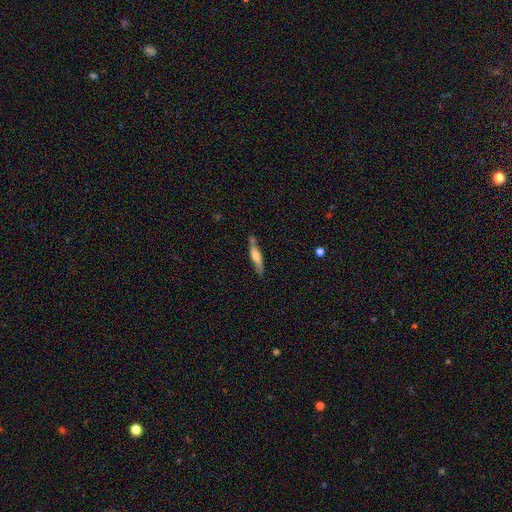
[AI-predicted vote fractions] Smooth or featured? Predicted: smooth (p=0.58). How rounded? Predicted: cigar-shaped (p=0.81). Merging? Predicted: none (p=0.68).